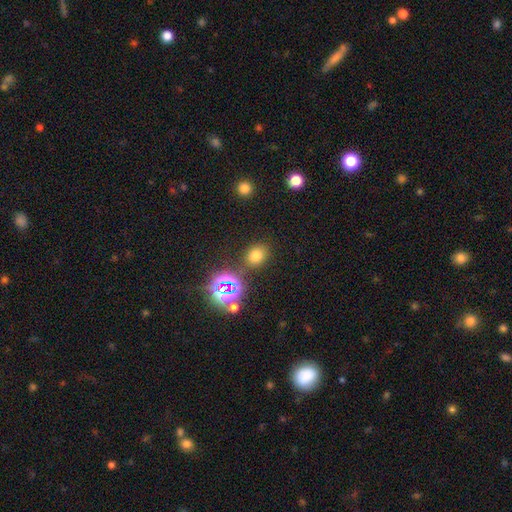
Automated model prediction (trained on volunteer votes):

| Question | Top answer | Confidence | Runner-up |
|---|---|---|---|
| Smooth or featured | smooth | 69% | star or artifact (24%) |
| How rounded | round | 59% | in between (40%) |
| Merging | none | 81% | minor disturbance (10%) |